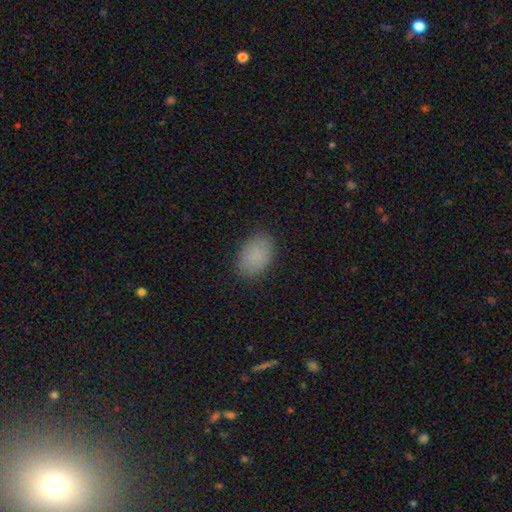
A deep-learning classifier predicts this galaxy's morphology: The model was most divided on "how rounded": in between: 86%, round: 13%, cigar-shaped: 1%. More confident: smooth or featured — smooth (88%); merging — none (87%).